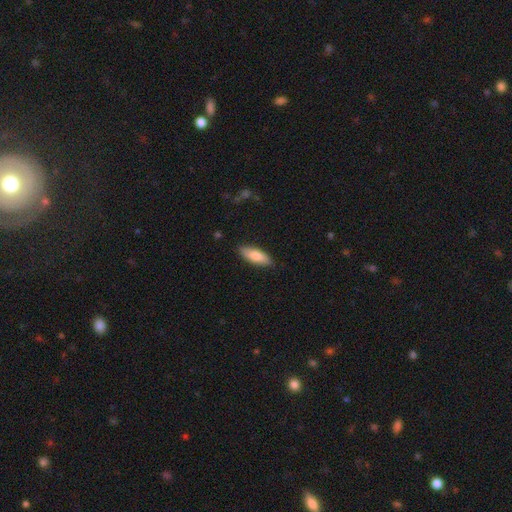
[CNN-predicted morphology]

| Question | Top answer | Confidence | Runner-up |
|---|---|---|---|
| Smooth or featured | smooth | 81% | featured or disk (14%) |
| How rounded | in between | 70% | cigar-shaped (29%) |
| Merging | none | 87% | minor disturbance (10%) |